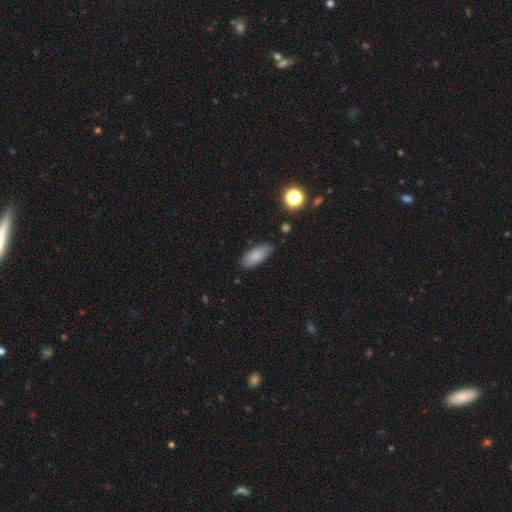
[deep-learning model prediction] This appears to be a smooth galaxy with no disk features (82%) that is in between round and cigar-shaped (83%). Merging: none (82%).